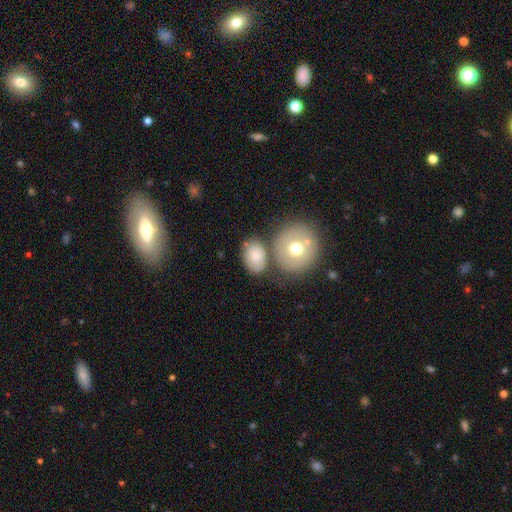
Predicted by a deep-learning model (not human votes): A smooth galaxy with no disk features (74%) that is in between round and cigar-shaped (65%).

Vote fractions:
- Smooth or featured? smooth: 74% / featured or disk: 18% / star or artifact: 8%
- How rounded? in between: 65% / round: 33% / cigar-shaped: 1%
- Merging? none: 60% / merger: 19% / minor disturbance: 16% / major disturbance: 5%